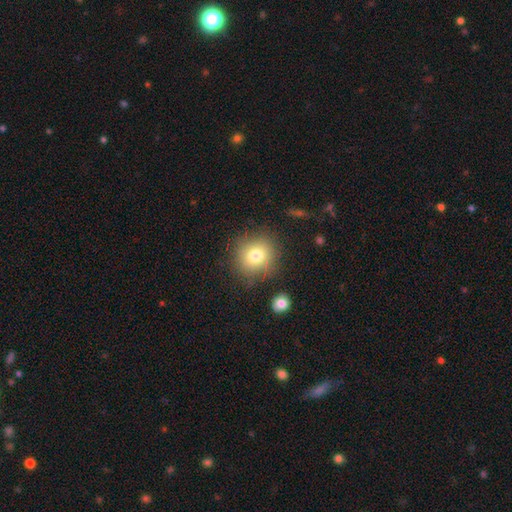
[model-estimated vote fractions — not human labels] smooth_or_featured: smooth (p=0.77) [alt: star or artifact p=0.12]
how_rounded: round (p=0.85) [alt: in between p=0.14]
merging: none (p=0.81) [alt: minor disturbance p=0.11]